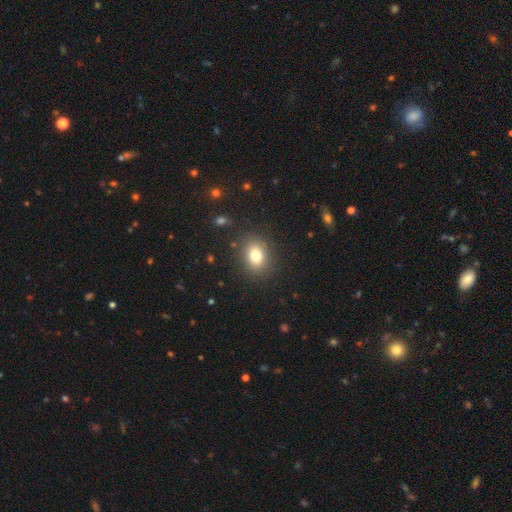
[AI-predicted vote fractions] Q: Smooth or featured?
A: smooth (78%); runner-up: star or artifact (12%)
Q: How rounded?
A: in between (54%); runner-up: round (45%)
Q: Merging?
A: none (85%); runner-up: minor disturbance (9%)